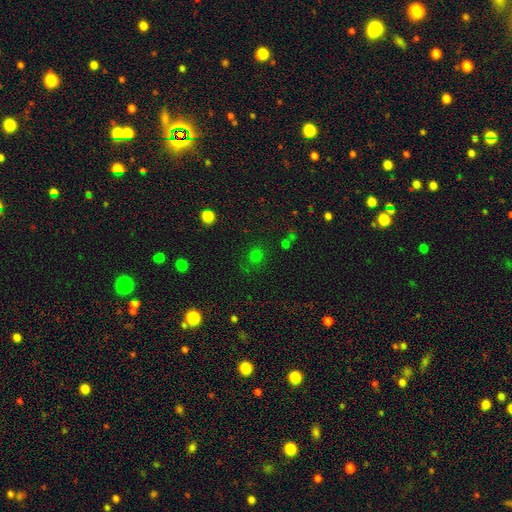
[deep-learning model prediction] Smooth or featured: smooth — 64% (star or artifact — 30%)
How rounded: round — 84% (in between — 14%)
Merging: none — 76% (minor disturbance — 13%)